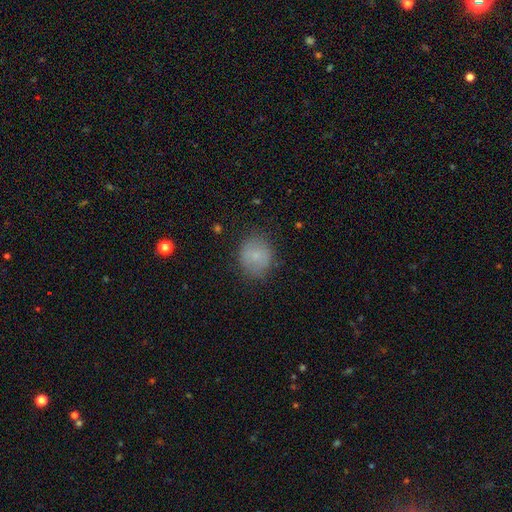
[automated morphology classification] A smooth galaxy with no disk features (77%) that is round (73%).

Vote fractions:
- Smooth or featured? smooth: 77% / featured or disk: 14% / star or artifact: 10%
- How rounded? round: 73% / in between: 26% / cigar-shaped: 1%
- Merging? none: 76% / minor disturbance: 17% / major disturbance: 6% / merger: 1%